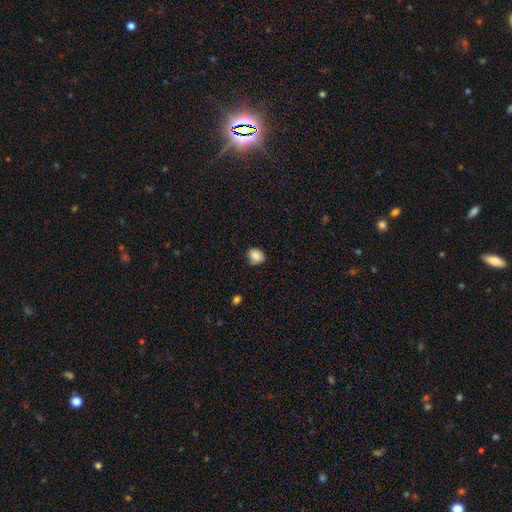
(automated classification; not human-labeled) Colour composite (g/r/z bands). It shows a smooth galaxy with no disk features (85%) that is round (56%). Merging: none (72%).